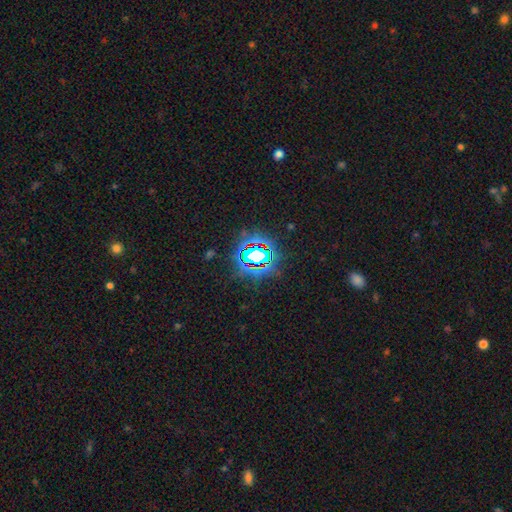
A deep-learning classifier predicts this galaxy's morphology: Smooth or featured?
  - star or artifact: 75% *
  - smooth: 14%
  - featured or disk: 11%